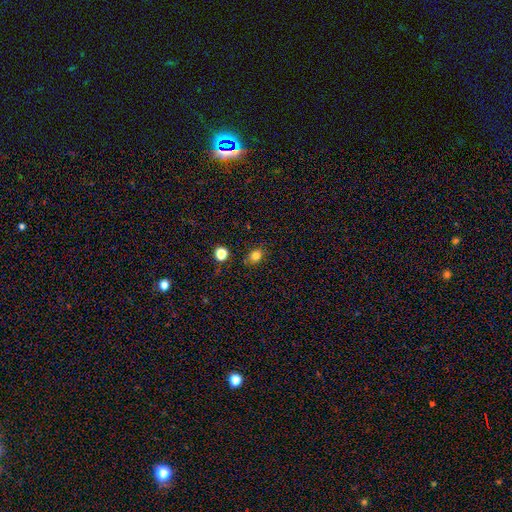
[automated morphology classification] smooth_or_featured: smooth (p=0.81) [alt: star or artifact p=0.13]
how_rounded: in between (p=0.52) [alt: round p=0.47]
merging: none (p=0.83) [alt: minor disturbance p=0.12]